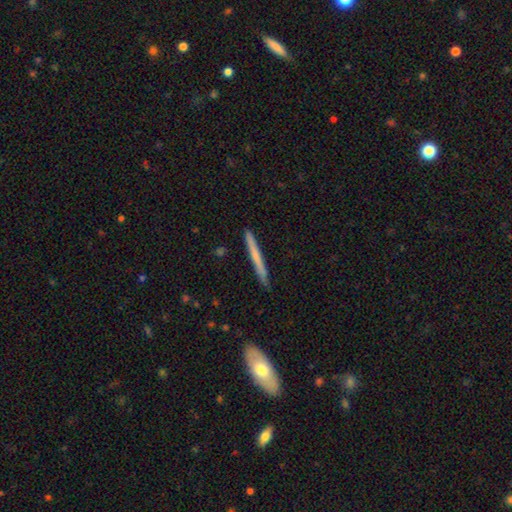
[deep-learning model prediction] smooth 56%, featured or disk 38%, star or artifact 5%. Down the decision tree: how rounded — cigar-shaped (97%); merging — none (90%).